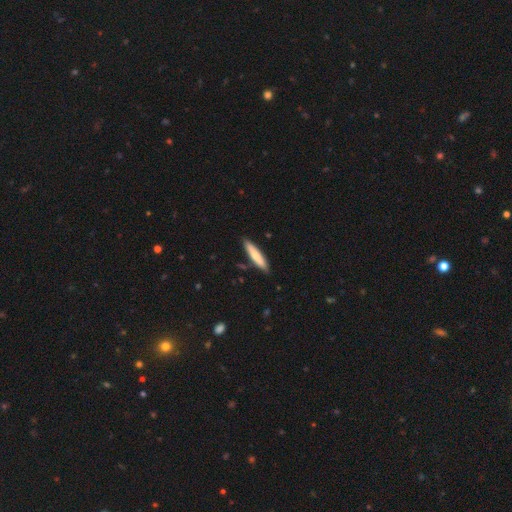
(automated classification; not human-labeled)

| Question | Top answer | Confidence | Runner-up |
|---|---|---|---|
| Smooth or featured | smooth | 71% | featured or disk (24%) |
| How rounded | cigar-shaped | 85% | in between (13%) |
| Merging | none | 87% | minor disturbance (10%) |